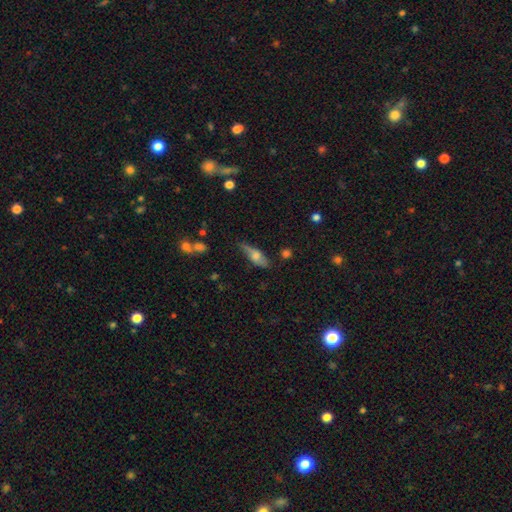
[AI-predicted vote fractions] Smooth or featured: smooth — 55% (featured or disk — 37%)
How rounded: in between — 58% (cigar-shaped — 38%)
Merging: none — 53% (minor disturbance — 33%)